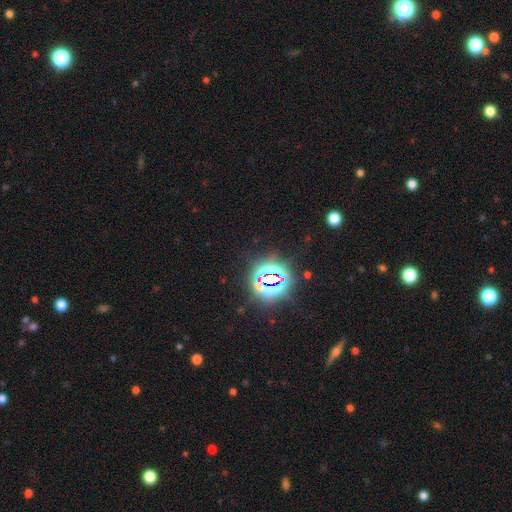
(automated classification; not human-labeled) This appears to be a star or artifact, not a galaxy (84%).